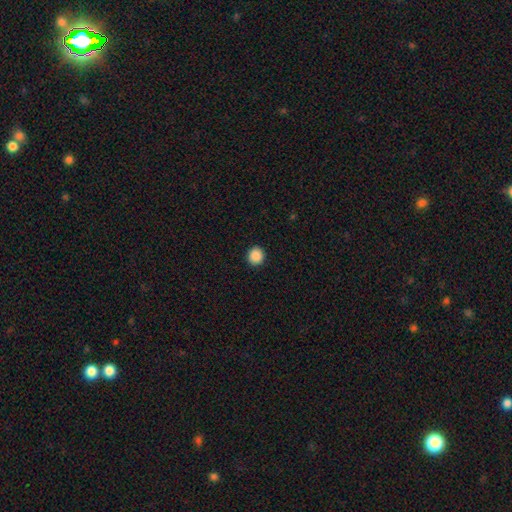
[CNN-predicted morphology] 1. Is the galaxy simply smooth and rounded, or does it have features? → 88% smooth, 9% star or artifact, 3% featured or disk.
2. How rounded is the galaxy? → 89% round, 10% in between, 1% cigar-shaped.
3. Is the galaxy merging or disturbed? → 92% none, 5% minor disturbance, 2% major disturbance, 1% merger.